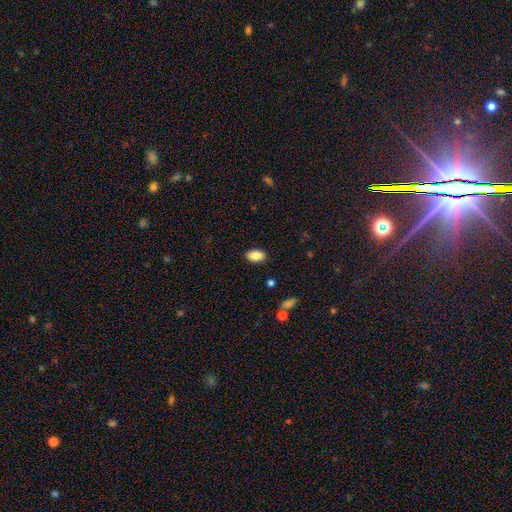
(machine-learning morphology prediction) A smooth galaxy with no disk features (88%) that is in between round and cigar-shaped (93%).

Vote fractions:
- Smooth or featured? smooth: 88% / star or artifact: 7% / featured or disk: 5%
- How rounded? in between: 93% / round: 4% / cigar-shaped: 3%
- Merging? none: 88% / minor disturbance: 8% / major disturbance: 2% / merger: 1%